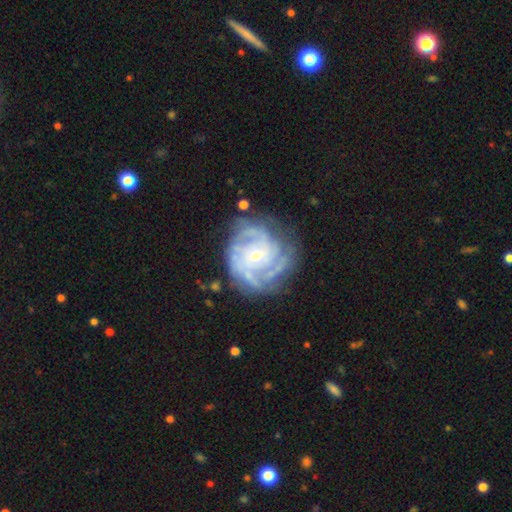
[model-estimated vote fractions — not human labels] Smooth or featured? Predicted: featured or disk (p=0.88). Edge-on disk? Predicted: no (p=0.98). Bar? Predicted: no (p=0.73). Spiral arms? Predicted: yes (p=0.96). Spiral winding? Predicted: tight (p=0.70). Spiral arm count? Predicted: 4 (p=0.25). Bulge size? Predicted: small (p=0.65). Merging? Predicted: none (p=0.72).